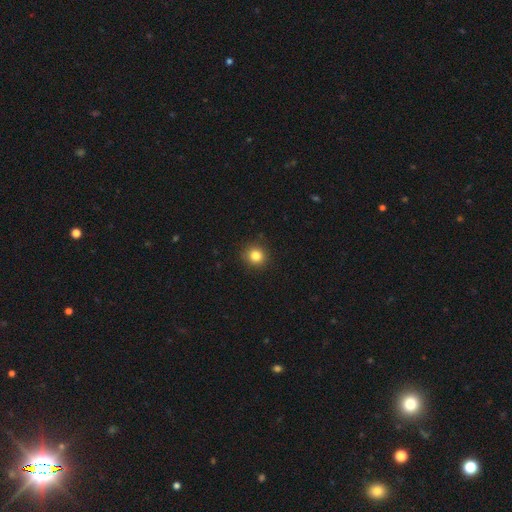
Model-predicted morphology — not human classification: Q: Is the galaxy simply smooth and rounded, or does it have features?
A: smooth — 83%.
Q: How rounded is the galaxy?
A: round — 91%.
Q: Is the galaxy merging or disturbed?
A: none — 91%.